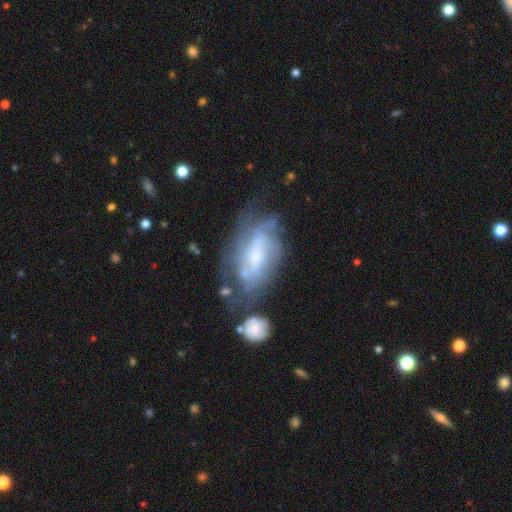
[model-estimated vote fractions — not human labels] This appears to be a featured or disk galaxy (73%) with no bar (53%), tight (47%) spiral arms (80%) and a small central bulge (51%). Merging: none (50%).